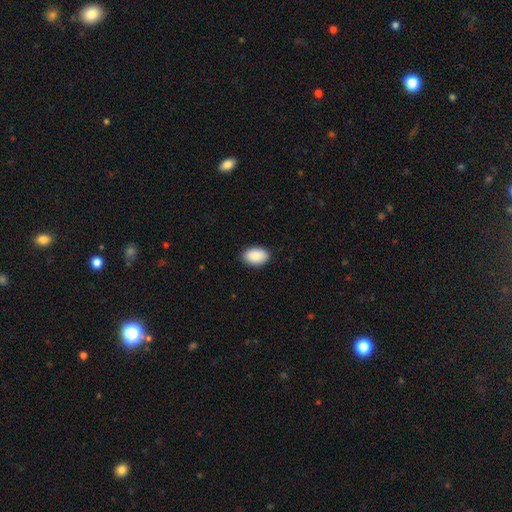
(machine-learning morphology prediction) Smooth or featured? smooth (90%)
How rounded? in between (91%)
Merging? none (88%)